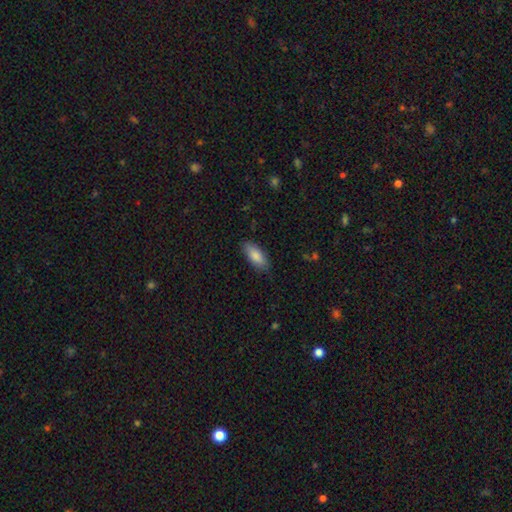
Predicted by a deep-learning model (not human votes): Smooth or featured: smooth — 85% (featured or disk — 9%)
How rounded: in between — 83% (cigar-shaped — 16%)
Merging: none — 84% (minor disturbance — 12%)